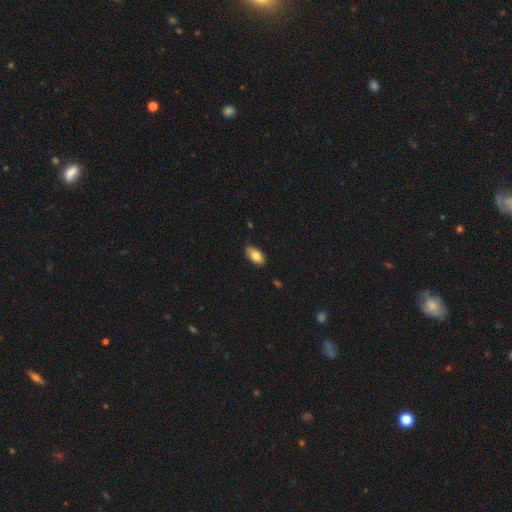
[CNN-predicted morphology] smooth-or-featured: smooth: 81% | featured or disk: 12% | star or artifact: 7%
  how-rounded: in between: 93% | cigar-shaped: 4% | round: 3%
  merging: none: 86% | minor disturbance: 11% | major disturbance: 2% | merger: 1%